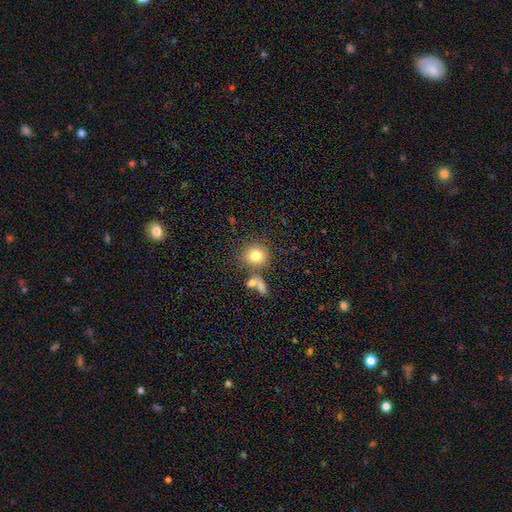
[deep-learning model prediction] Smooth or featured? Predicted: smooth (p=0.79). How rounded? Predicted: round (p=0.86). Merging? Predicted: none (p=0.68).